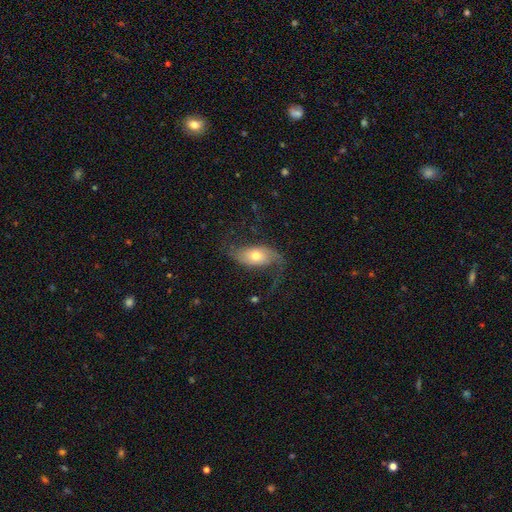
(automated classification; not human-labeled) featured or disk 70%, smooth 22%, star or artifact 7%. Down the decision tree: edge-on disk — no (92%); bar — no (64%); spiral arms — yes (90%); spiral arm count — 2 (87%); spiral winding — loose (78%); bulge size — moderate (65%); merging — none (57%).